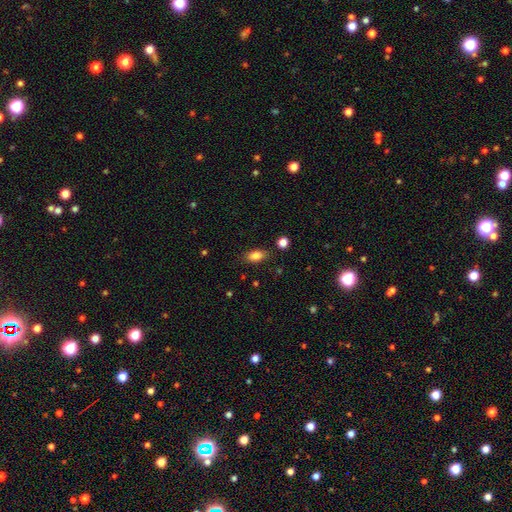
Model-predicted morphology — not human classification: smooth_or_featured: smooth (p=0.84) [alt: star or artifact p=0.09]
how_rounded: in between (p=0.86) [alt: cigar-shaped p=0.07]
merging: none (p=0.83) [alt: minor disturbance p=0.12]